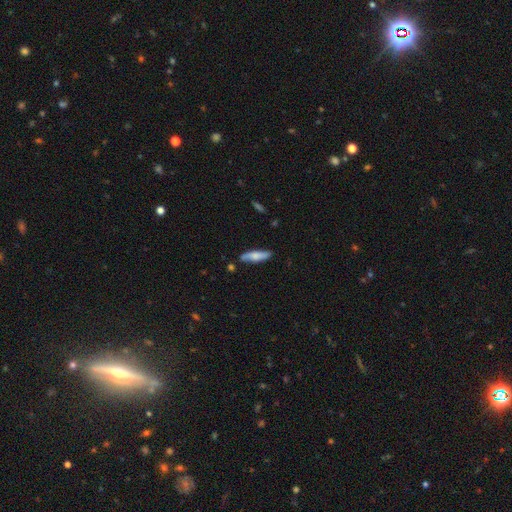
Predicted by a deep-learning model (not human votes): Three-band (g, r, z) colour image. It shows a smooth galaxy with no disk features (67%) that is cigar-shaped (73%). Merging: none (82%).